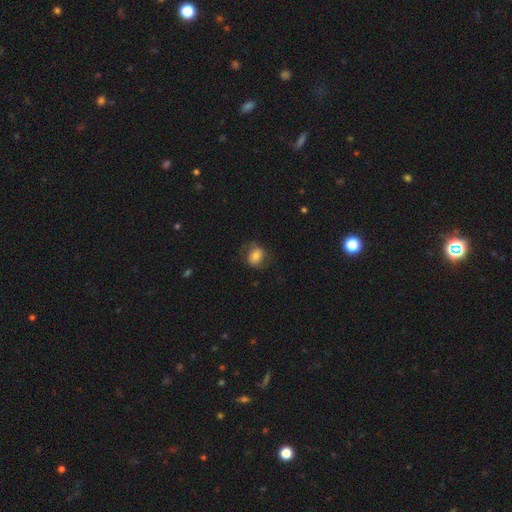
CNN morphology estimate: smooth_or_featured: smooth (p=0.71) [alt: featured or disk p=0.20]
how_rounded: in between (p=0.50) [alt: round p=0.49]
merging: none (p=0.68) [alt: minor disturbance p=0.19]